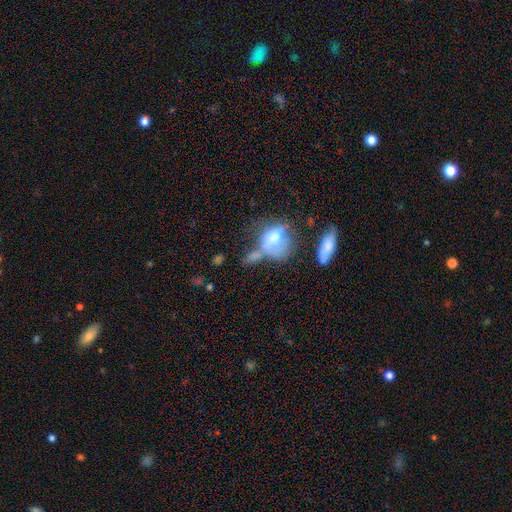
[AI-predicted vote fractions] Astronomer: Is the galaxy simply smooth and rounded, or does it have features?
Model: smooth — 47% (runner-up: featured or disk, 35%).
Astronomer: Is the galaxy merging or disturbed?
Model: none — 35% (runner-up: merger, 31%).